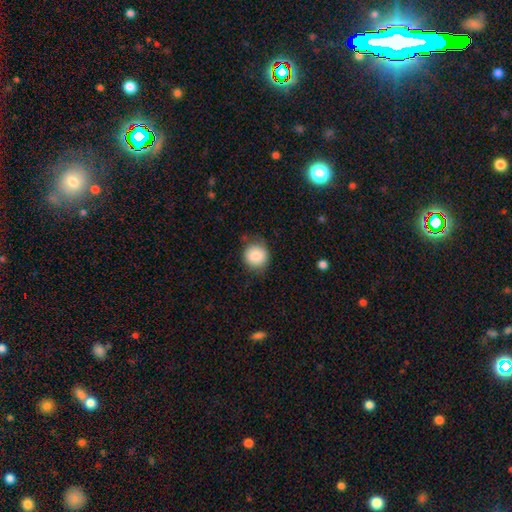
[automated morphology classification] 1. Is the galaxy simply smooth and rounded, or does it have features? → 84% smooth, 8% star or artifact, 7% featured or disk.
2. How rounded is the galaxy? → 90% round, 9% in between, 1% cigar-shaped.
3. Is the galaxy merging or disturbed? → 79% none, 15% minor disturbance, 4% major disturbance, 1% merger.